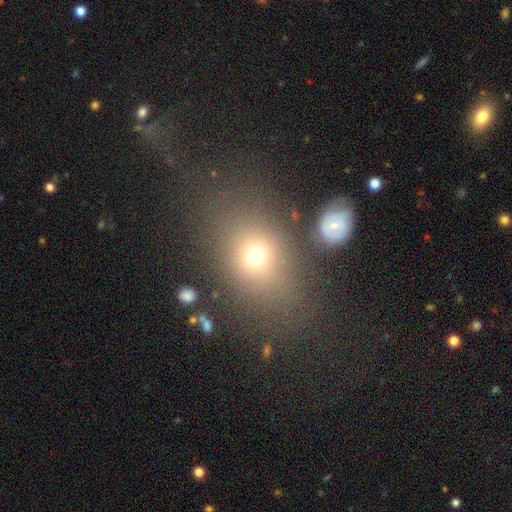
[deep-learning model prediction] Q: Smooth or featured?
A: smooth (70%); runner-up: star or artifact (16%)
Q: How rounded?
A: in between (60%); runner-up: round (38%)
Q: Merging?
A: none (70%); runner-up: minor disturbance (14%)